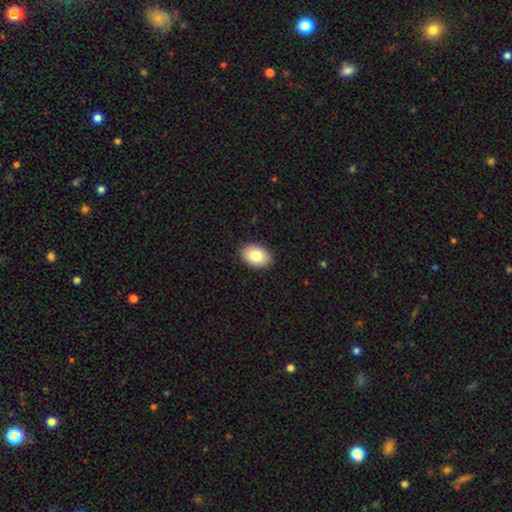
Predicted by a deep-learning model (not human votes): A smooth galaxy with no disk features (83%) that is in between round and cigar-shaped (85%).

Vote fractions:
- Smooth or featured? smooth: 83% / featured or disk: 10% / star or artifact: 7%
- How rounded? in between: 85% / round: 14% / cigar-shaped: 1%
- Merging? none: 89% / minor disturbance: 8% / major disturbance: 2% / merger: 1%